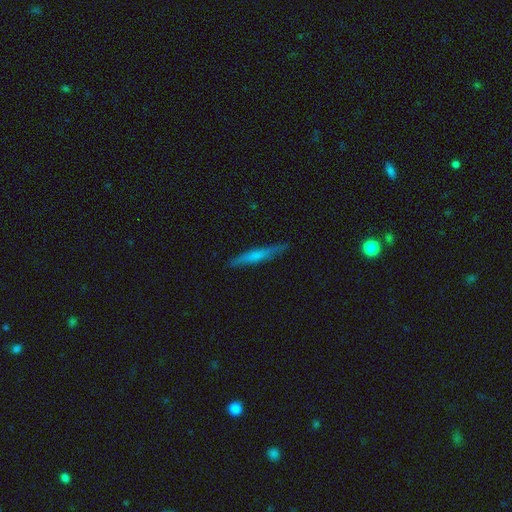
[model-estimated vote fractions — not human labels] A smooth galaxy with no disk features (54%) that is cigar-shaped (93%).

Vote fractions:
- Smooth or featured? smooth: 54% / featured or disk: 40% / star or artifact: 6%
- How rounded? cigar-shaped: 93% / in between: 5% / round: 2%
- Merging? none: 87% / minor disturbance: 10% / major disturbance: 2% / merger: 1%